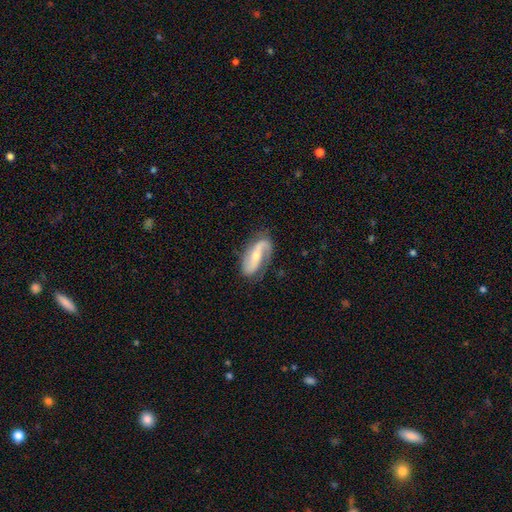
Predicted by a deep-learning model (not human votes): Overall: featured or disk (80%). Edge-on disk: no (94%). Bar: no (37%; weak 35%). Spiral arms: yes (95%). Spiral arm count: 2 (79%). Spiral winding: loose (47%; medium 37%). Bulge size: small (47%; moderate 45%). Merging: none (70%).